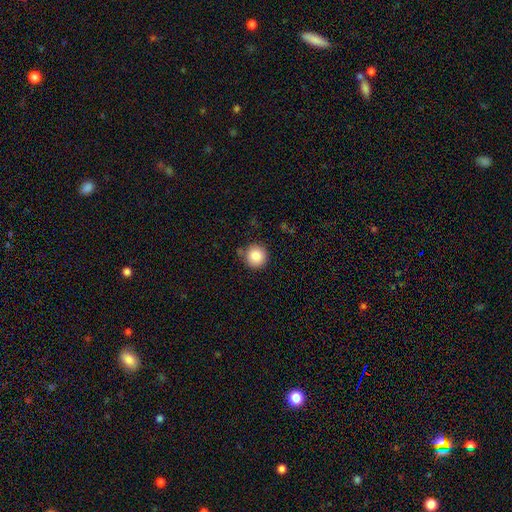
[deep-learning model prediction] This appears to be a smooth galaxy with no disk features (85%) that is round (95%). Merging: none (81%).